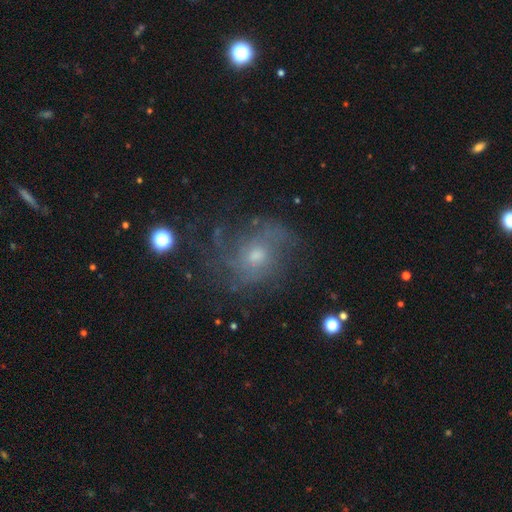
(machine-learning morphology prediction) Smooth or featured? Predicted: featured or disk (p=0.67). Edge-on disk? Predicted: no (p=0.97). Bar? Predicted: no (p=0.77). Spiral arms? Predicted: yes (p=0.84). Spiral winding? Predicted: medium (p=0.41). Spiral arm count? Predicted: can't tell (p=0.43). Bulge size? Predicted: moderate (p=0.46, tied with small). Merging? Predicted: none (p=0.66).